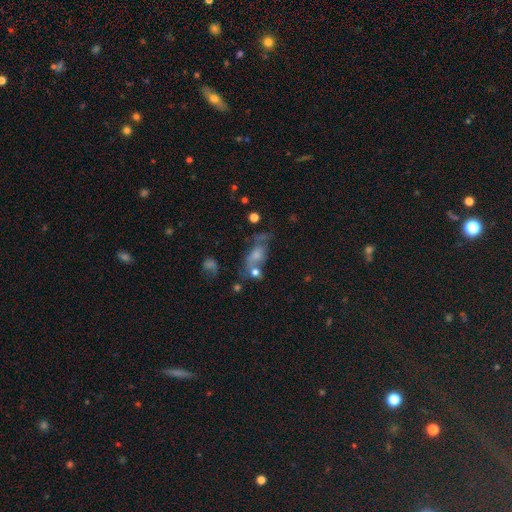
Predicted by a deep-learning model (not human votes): smooth-or-featured: smooth: 50% | featured or disk: 32% | star or artifact: 19%
  merging: none: 34% | merger: 23% | major disturbance: 22% | minor disturbance: 21%